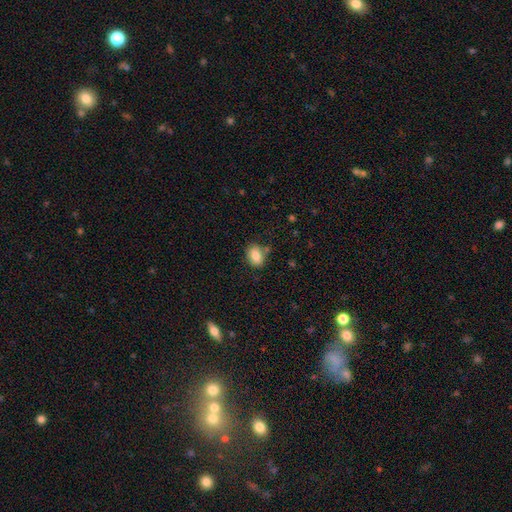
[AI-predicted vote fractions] A smooth galaxy with no disk features (84%) that is in between round and cigar-shaped (70%).

Vote fractions:
- Smooth or featured? smooth: 84% / star or artifact: 8% / featured or disk: 8%
- How rounded? in between: 70% / round: 29% / cigar-shaped: 1%
- Merging? none: 77% / minor disturbance: 14% / merger: 6% / major disturbance: 3%